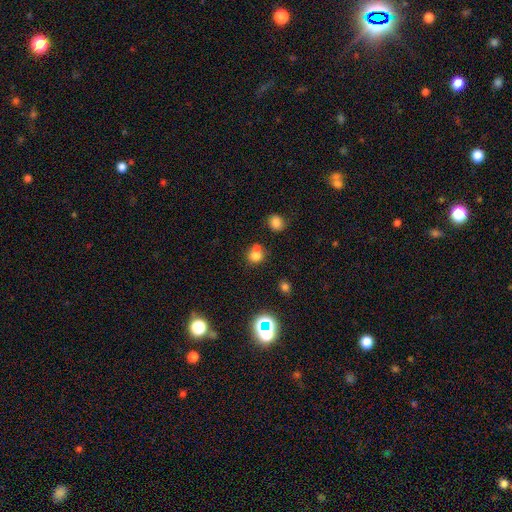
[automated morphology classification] smooth_or_featured: smooth (p=0.72) [alt: star or artifact p=0.17]
how_rounded: round (p=0.83) [alt: in between p=0.16]
merging: none (p=0.47) [alt: merger p=0.41]